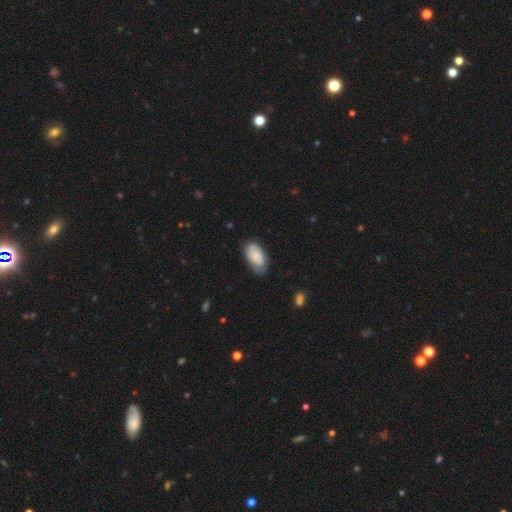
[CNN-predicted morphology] smooth 80%, featured or disk 14%, star or artifact 7%. Down the decision tree: how rounded — in between (94%); merging — none (68%).